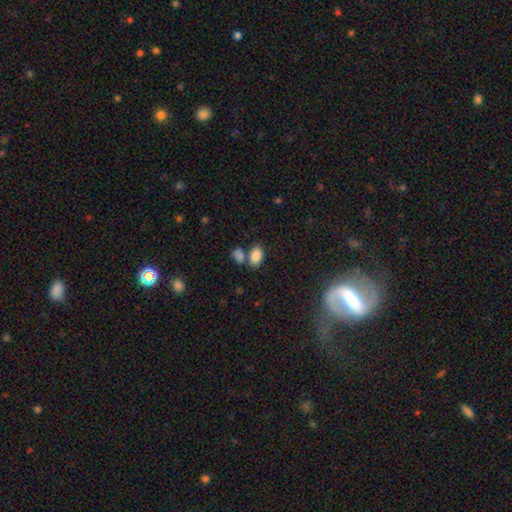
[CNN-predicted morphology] A smooth galaxy with no disk features (85%) that is in between round and cigar-shaped (88%). Merging: none (59%).